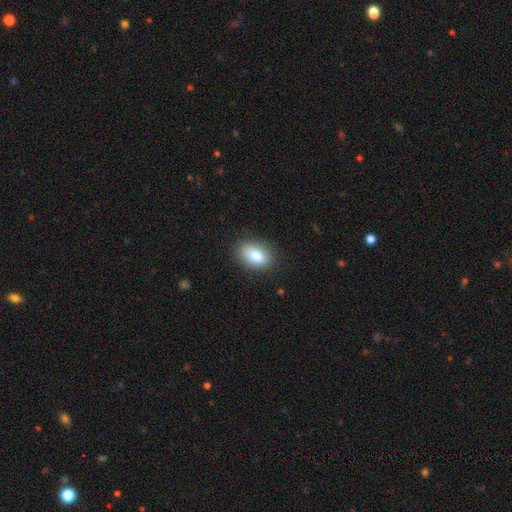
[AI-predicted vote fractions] Q: Smooth or featured?
A: smooth (82%); runner-up: featured or disk (10%)
Q: How rounded?
A: in between (84%); runner-up: round (14%)
Q: Merging?
A: none (85%); runner-up: minor disturbance (11%)